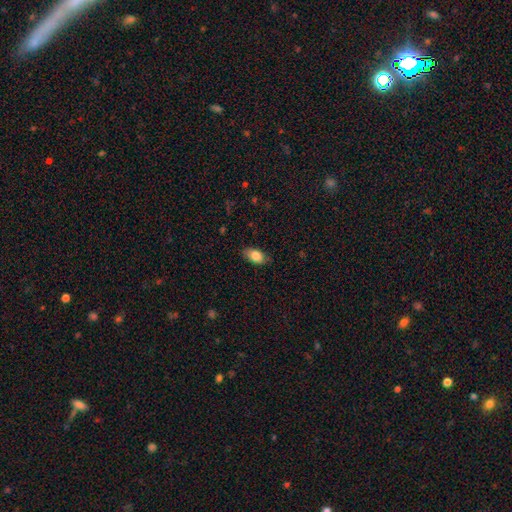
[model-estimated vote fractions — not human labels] This is clearly a smooth galaxy (83%). How rounded: clearly in between (90%). Merging: clearly none (81%).